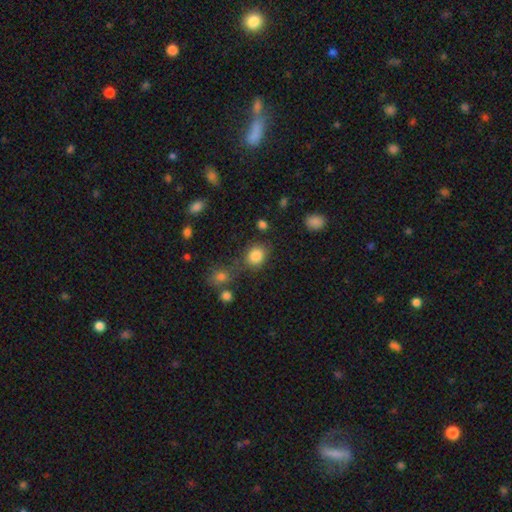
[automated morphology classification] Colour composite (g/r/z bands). It shows a smooth galaxy with no disk features (84%) that is round (64%). Merging: none (67%).